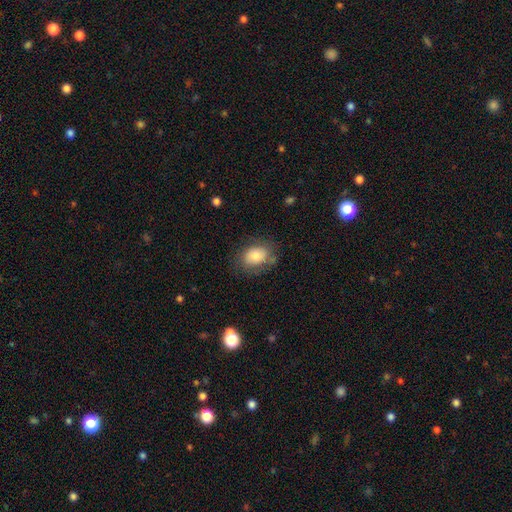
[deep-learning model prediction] Overall: smooth (76%). How rounded: in between (68%; round 31%). Merging: none (68%).